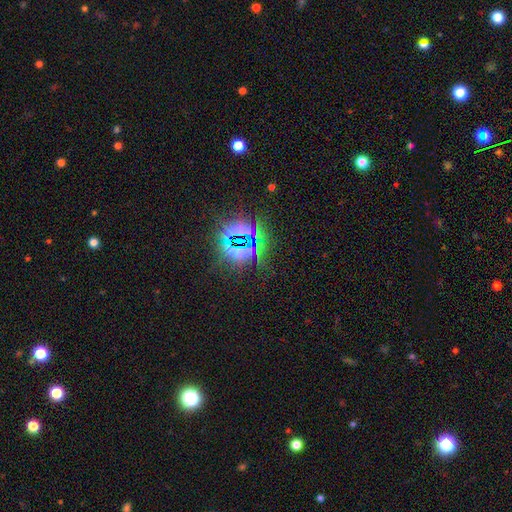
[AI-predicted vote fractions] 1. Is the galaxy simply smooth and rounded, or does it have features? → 84% star or artifact, 9% smooth, 8% featured or disk.